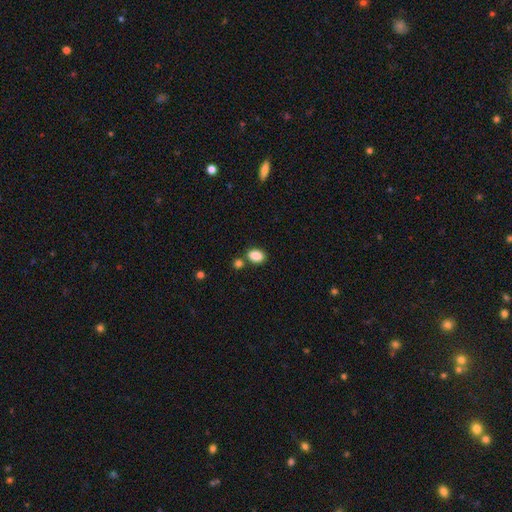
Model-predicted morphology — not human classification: Smooth or featured: smooth — 87% (star or artifact — 9%)
How rounded: in between — 79% (round — 19%)
Merging: none — 73% (merger — 13%)